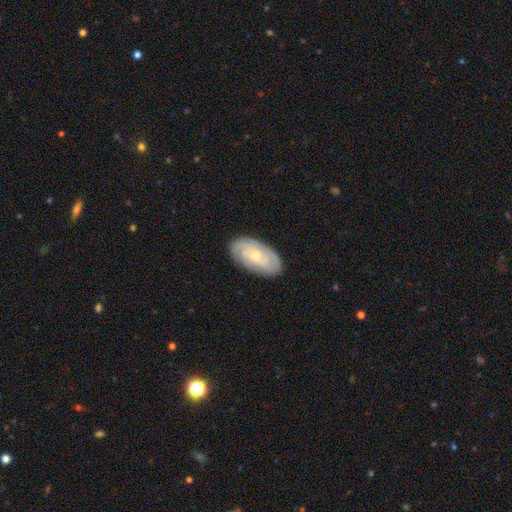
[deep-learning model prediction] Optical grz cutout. It shows a featured or disk galaxy (62%) with no bar (74%), spiral arms (84%) and a small central bulge (70%). Merging: none (82%).